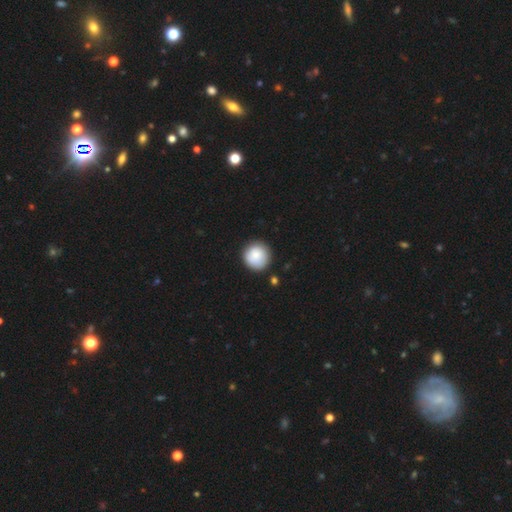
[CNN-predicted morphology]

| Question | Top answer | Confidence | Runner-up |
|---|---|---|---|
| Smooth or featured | smooth | 86% | star or artifact (7%) |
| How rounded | round | 95% | in between (4%) |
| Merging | none | 86% | minor disturbance (10%) |